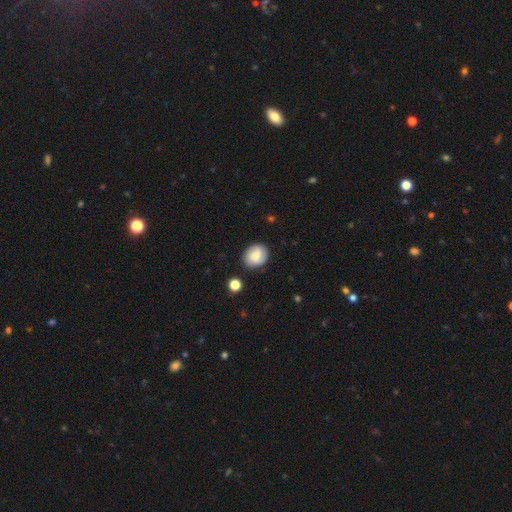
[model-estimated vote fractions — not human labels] Smooth or featured? Predicted: smooth (p=0.72). How rounded? Predicted: round (p=0.74). Merging? Predicted: none (p=0.82).